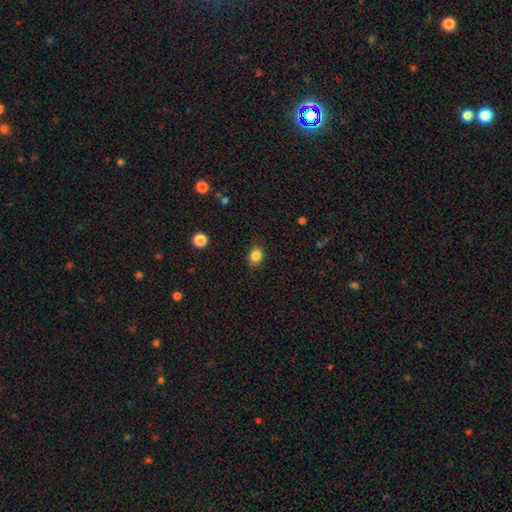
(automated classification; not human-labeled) Overall: smooth (85%). How rounded: in between (61%; round 38%). Merging: none (86%).